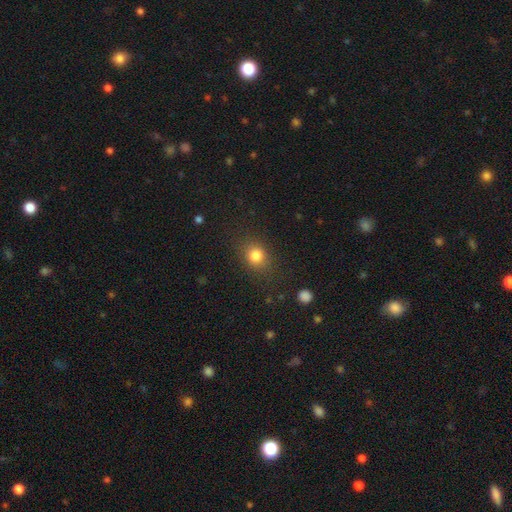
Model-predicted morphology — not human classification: Smooth or featured?
  - smooth: 82% *
  - star or artifact: 11%
  - featured or disk: 7%
How rounded?
  - round: 66% *
  - in between: 32%
  - cigar-shaped: 1%
Merging?
  - none: 81% *
  - minor disturbance: 12%
  - major disturbance: 5%
  - merger: 2%